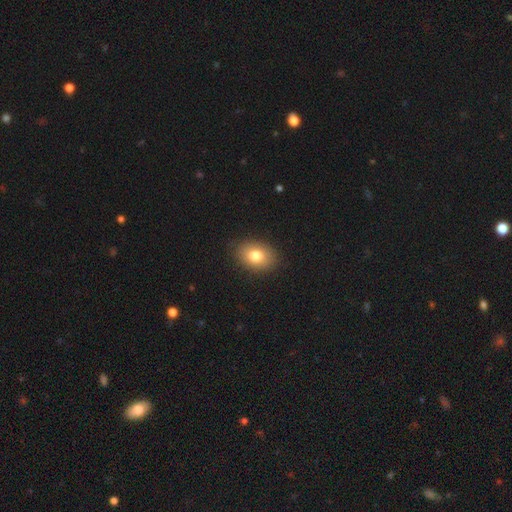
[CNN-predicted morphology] This is likely a smooth galaxy (79%). How rounded: likely in between (76%). Merging: clearly none (88%).